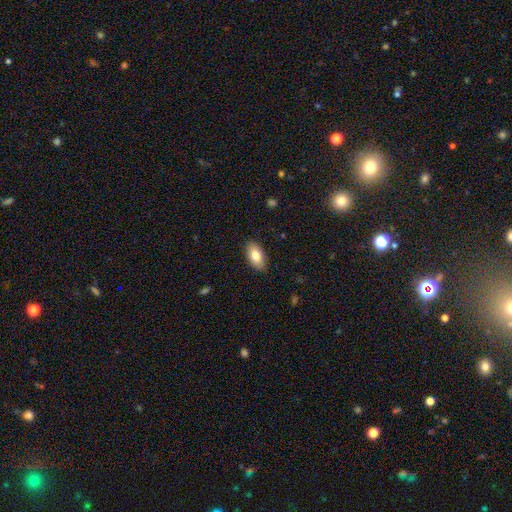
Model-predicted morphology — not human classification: The model was most divided on "smooth or featured": smooth: 79%, featured or disk: 14%, star or artifact: 7%. More confident: how rounded — in between (93%); merging — none (87%).